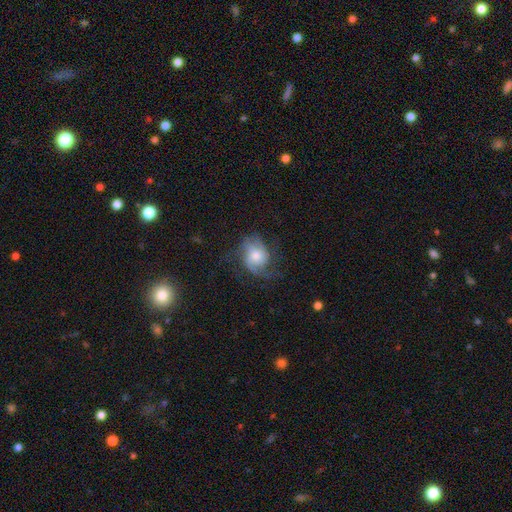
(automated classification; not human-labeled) Smooth or featured? featured or disk (71%)
Edge-on disk? no (97%)
Bar? no (70%)
Spiral arms? yes (92%)
Spiral winding? medium (46%)
Spiral arm count? 2 (37%)
Bulge size? moderate (56%)
Merging? none (57%)